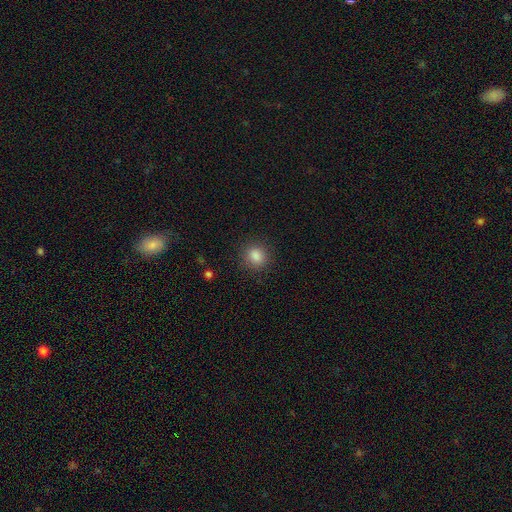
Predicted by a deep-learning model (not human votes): Morphology: type=smooth (86%); roundness=round (79%); merging=none (88%).